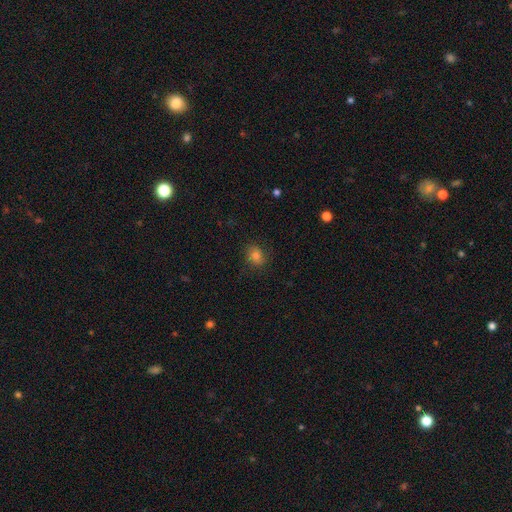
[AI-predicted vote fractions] Overall: smooth (77%). How rounded: round (57%; in between 42%). Merging: none (81%).